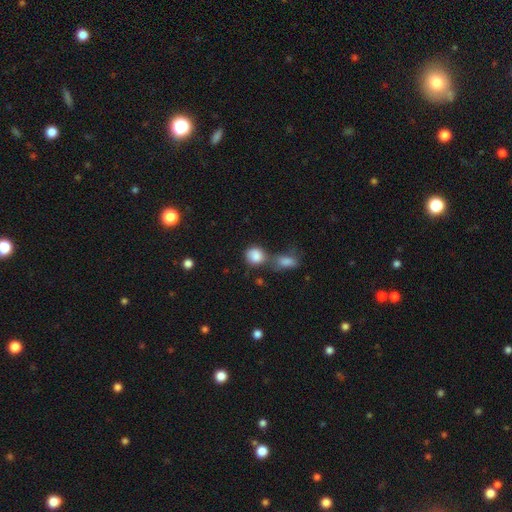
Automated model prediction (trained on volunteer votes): Overall: smooth (85%). How rounded: round (67%; in between 31%). Merging: none (41%; merger 38%).